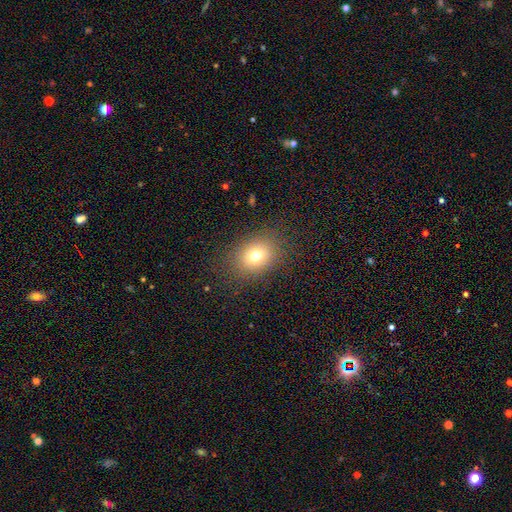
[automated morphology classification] smooth 74%, star or artifact 15%, featured or disk 12%. Down the decision tree: how rounded — in between (52%); merging — none (85%).